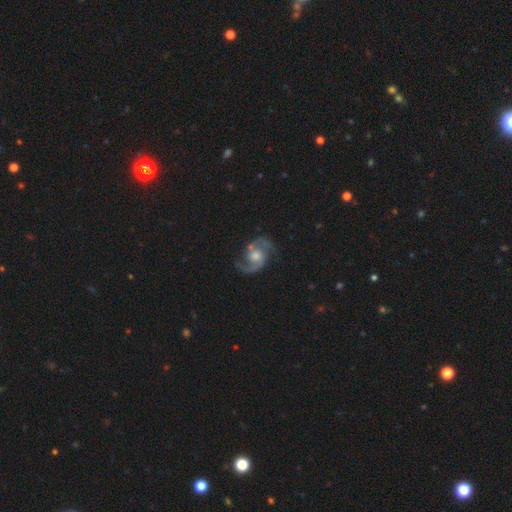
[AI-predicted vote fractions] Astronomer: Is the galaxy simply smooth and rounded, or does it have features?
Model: featured or disk — 90%.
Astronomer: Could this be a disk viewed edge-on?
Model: no — 98%.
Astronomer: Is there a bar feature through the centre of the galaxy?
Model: no — 61%.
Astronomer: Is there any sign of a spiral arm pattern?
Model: yes — 98%.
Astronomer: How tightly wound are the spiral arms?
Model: medium — 57%.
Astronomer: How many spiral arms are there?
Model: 2 — 94%.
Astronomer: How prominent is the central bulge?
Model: moderate — 54%.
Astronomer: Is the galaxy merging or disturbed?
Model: none — 77%.